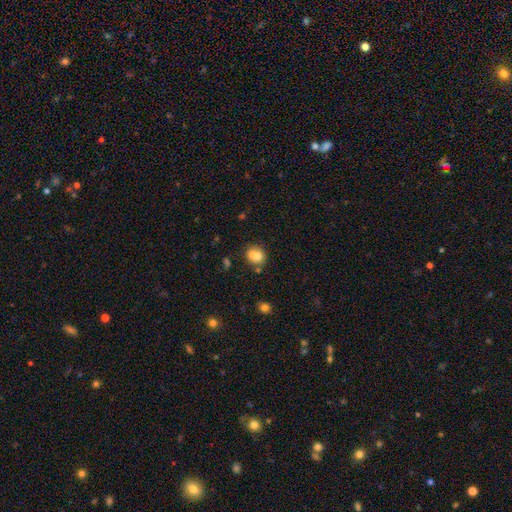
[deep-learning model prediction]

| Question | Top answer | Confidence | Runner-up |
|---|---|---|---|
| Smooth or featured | smooth | 73% | featured or disk (17%) |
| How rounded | round | 70% | in between (29%) |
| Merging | merger | 44% | none (39%) |